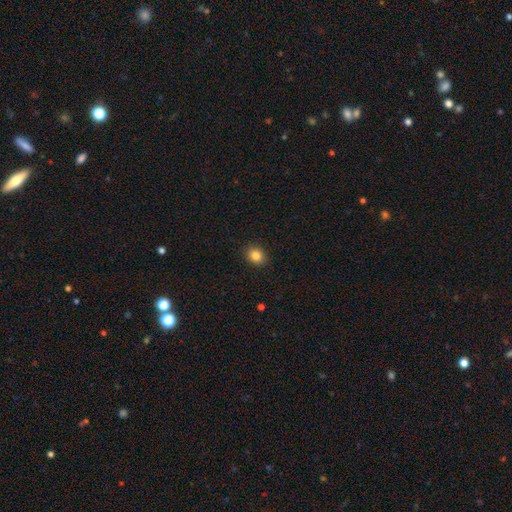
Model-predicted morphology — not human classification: Overall: smooth (84%). How rounded: round (53%; in between 46%). Merging: none (90%).